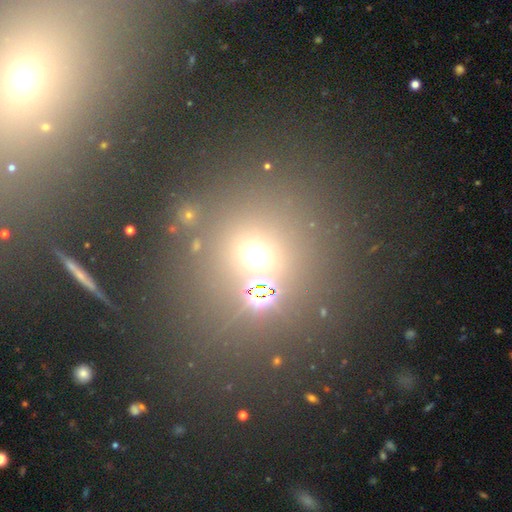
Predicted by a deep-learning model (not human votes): A smooth galaxy with no disk features (48%). Merging: none (71%).